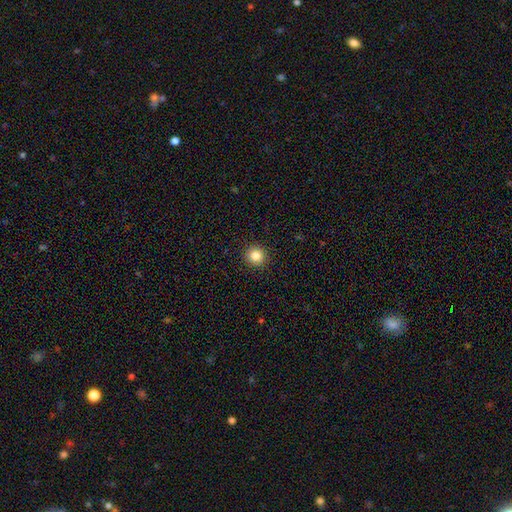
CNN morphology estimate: smooth-or-featured: smooth: 84% | star or artifact: 11% | featured or disk: 5%
  how-rounded: round: 94% | in between: 5% | cigar-shaped: 1%
  merging: none: 93% | minor disturbance: 5% | major disturbance: 2% | merger: 1%